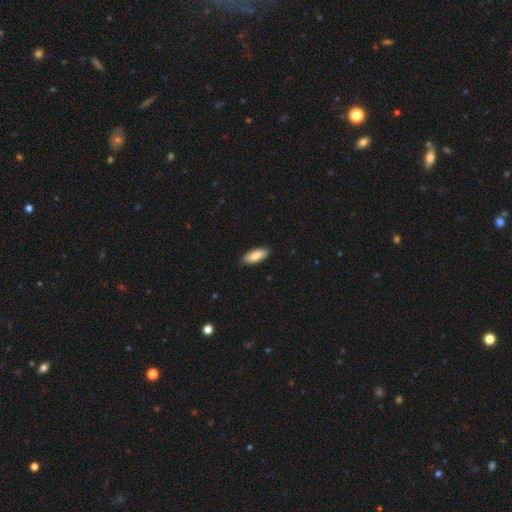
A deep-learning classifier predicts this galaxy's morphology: Smooth or featured?
  - smooth: 83% *
  - featured or disk: 12%
  - star or artifact: 5%
How rounded?
  - in between: 80% *
  - cigar-shaped: 19%
  - round: 2%
Merging?
  - none: 89% *
  - minor disturbance: 9%
  - major disturbance: 2%
  - merger: 1%